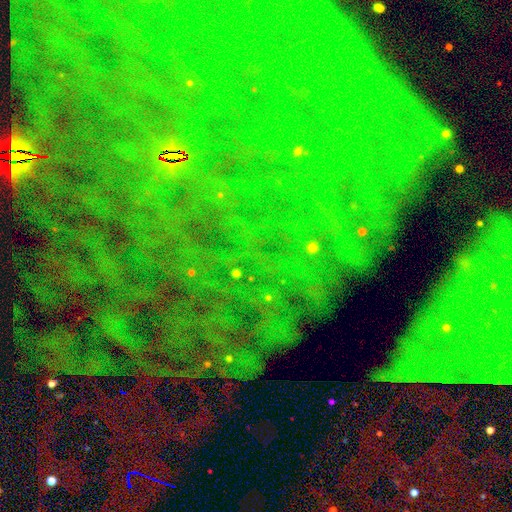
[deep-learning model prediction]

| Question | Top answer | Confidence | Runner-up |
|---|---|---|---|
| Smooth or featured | star or artifact | 84% | featured or disk (8%) |